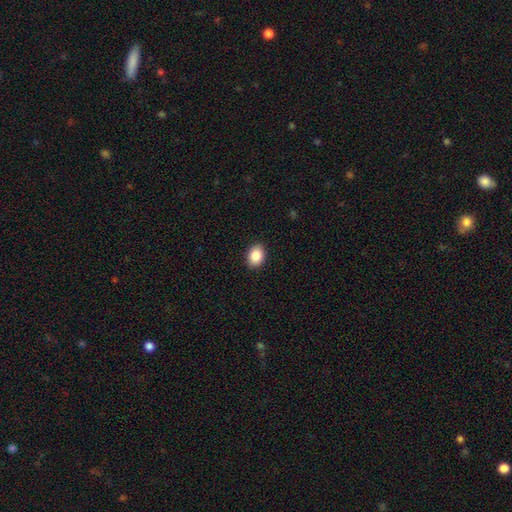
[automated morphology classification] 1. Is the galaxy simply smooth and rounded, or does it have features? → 86% smooth, 8% star or artifact, 5% featured or disk.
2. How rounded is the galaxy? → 69% in between, 30% round, 1% cigar-shaped.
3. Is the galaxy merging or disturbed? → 91% none, 7% minor disturbance, 2% major disturbance, 1% merger.